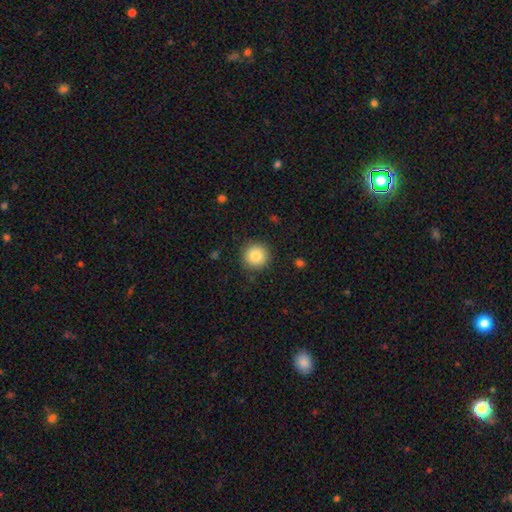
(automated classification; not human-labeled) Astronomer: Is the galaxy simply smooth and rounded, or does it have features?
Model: smooth — 83%.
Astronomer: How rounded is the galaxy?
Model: round — 95%.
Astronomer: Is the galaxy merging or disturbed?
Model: none — 89%.